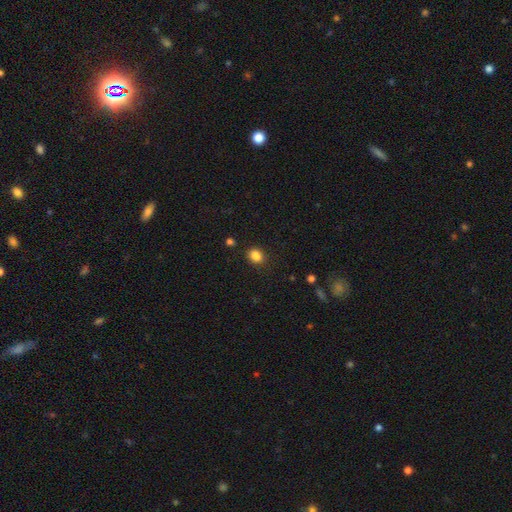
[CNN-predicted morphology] This is clearly a smooth galaxy (85%). How rounded: possibly in between (50%). Merging: clearly none (80%).